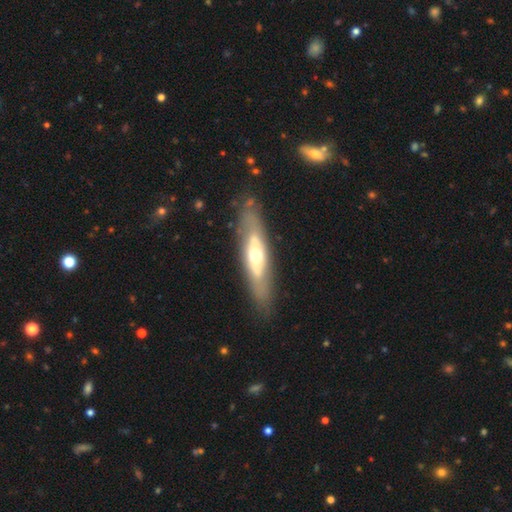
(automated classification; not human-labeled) Smooth or featured? Predicted: featured or disk (p=0.59). Edge-on disk? Predicted: no (p=0.56). Merging? Predicted: none (p=0.80).